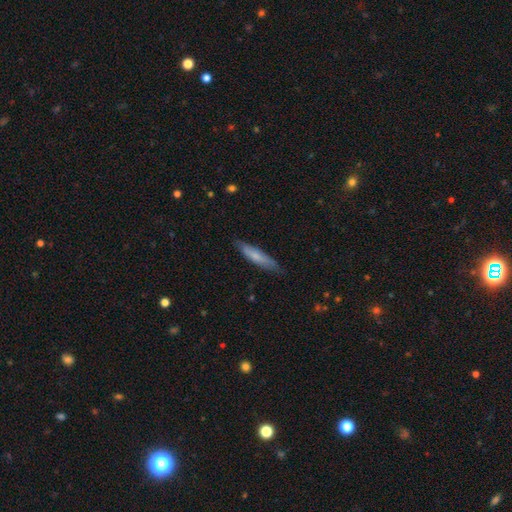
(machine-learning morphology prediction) Q: Smooth or featured?
A: smooth (66%); runner-up: featured or disk (29%)
Q: How rounded?
A: cigar-shaped (84%); runner-up: in between (14%)
Q: Merging?
A: none (81%); runner-up: minor disturbance (15%)